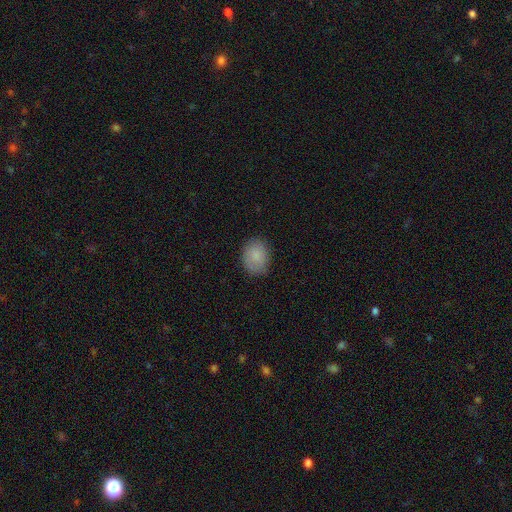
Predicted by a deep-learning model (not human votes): A smooth galaxy with no disk features (85%) that is in between round and cigar-shaped (55%).

Vote fractions:
- Smooth or featured? smooth: 85% / featured or disk: 7% / star or artifact: 7%
- How rounded? in between: 55% / round: 44% / cigar-shaped: 1%
- Merging? none: 82% / minor disturbance: 13% / major disturbance: 3% / merger: 1%